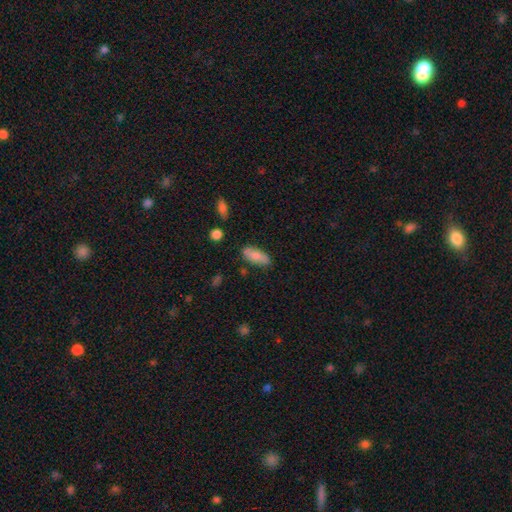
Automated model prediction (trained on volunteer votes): A smooth galaxy with no disk features (76%) that is in between round and cigar-shaped (83%).

Vote fractions:
- Smooth or featured? smooth: 76% / featured or disk: 18% / star or artifact: 7%
- How rounded? in between: 83% / cigar-shaped: 15% / round: 2%
- Merging? none: 77% / minor disturbance: 17% / major disturbance: 3% / merger: 3%